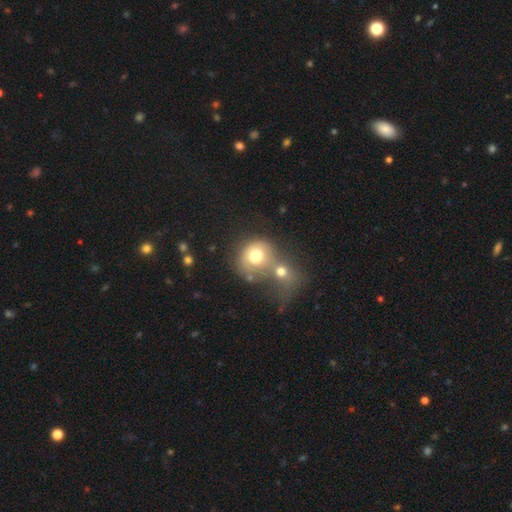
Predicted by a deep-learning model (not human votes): Smooth or featured? smooth (67%)
How rounded? round (79%)
Merging? merger (61%)